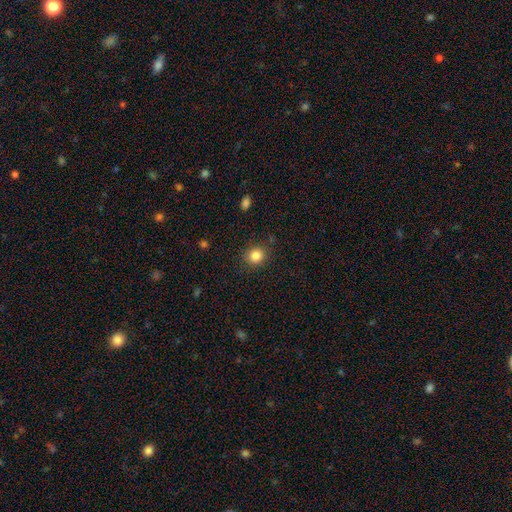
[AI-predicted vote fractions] Smooth or featured? Predicted: smooth (p=0.84). How rounded? Predicted: round (p=0.84). Merging? Predicted: none (p=0.86).